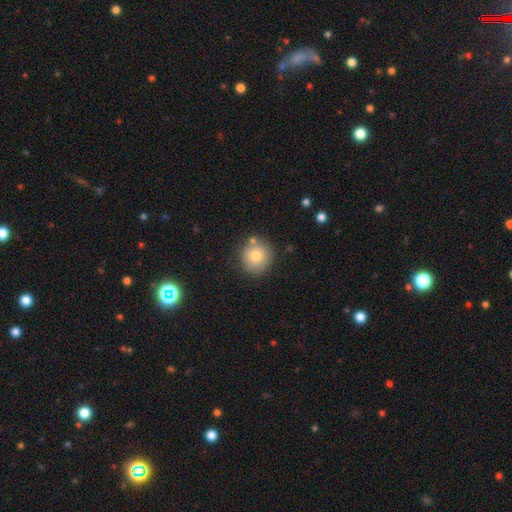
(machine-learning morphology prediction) smooth-or-featured: smooth: 79% | featured or disk: 11% | star or artifact: 10%
  how-rounded: round: 90% | in between: 9% | cigar-shaped: 1%
  merging: none: 78% | minor disturbance: 11% | merger: 7% | major disturbance: 3%